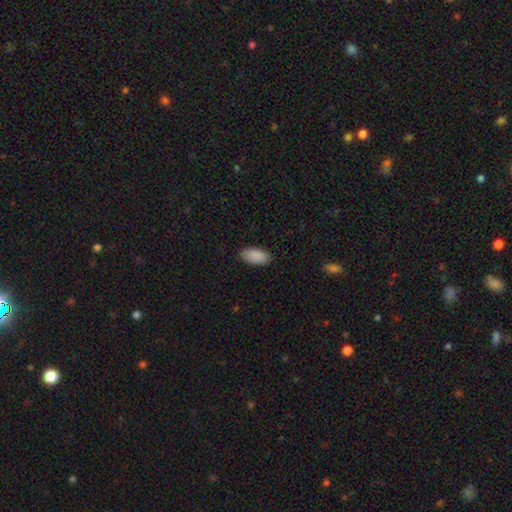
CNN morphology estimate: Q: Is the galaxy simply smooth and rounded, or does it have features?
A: smooth — 90%.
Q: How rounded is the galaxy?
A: in between — 94%.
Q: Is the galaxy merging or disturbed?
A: none — 87%.